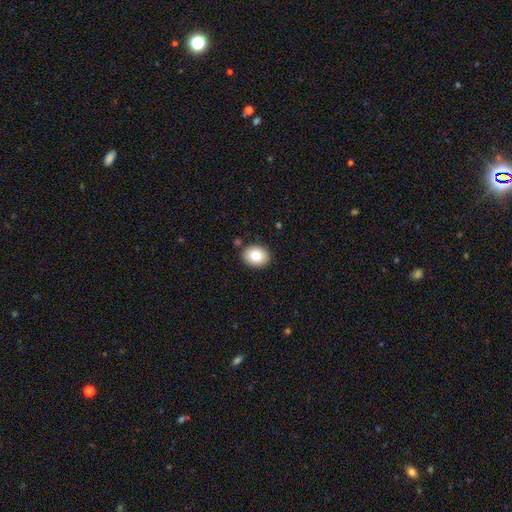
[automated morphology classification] This appears to be a smooth galaxy with no disk features (83%) that is round (52%). Merging: none (88%).